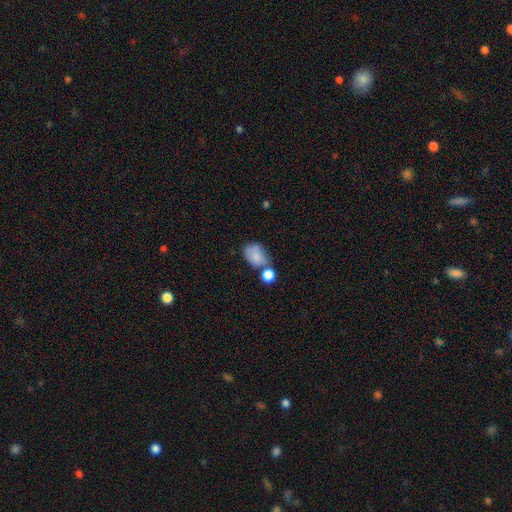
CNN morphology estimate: The model was most divided on "merging": none: 40%, merger: 30%, minor disturbance: 21%, major disturbance: 10%. More confident: smooth or featured — smooth (80%); how rounded — in between (73%).